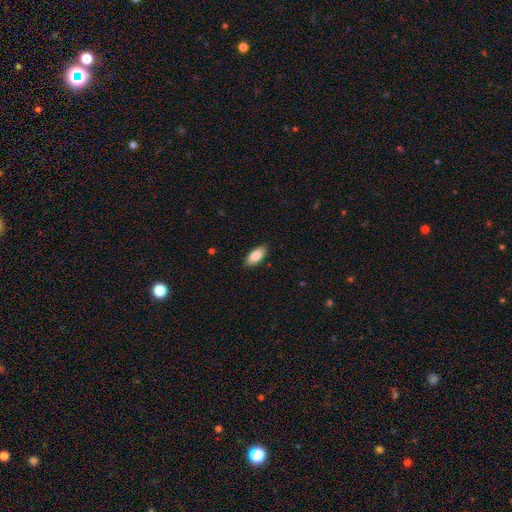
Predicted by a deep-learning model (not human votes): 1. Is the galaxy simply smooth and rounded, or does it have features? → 84% smooth, 10% featured or disk, 6% star or artifact.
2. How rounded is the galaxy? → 90% in between, 9% cigar-shaped, 2% round.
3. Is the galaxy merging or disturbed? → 89% none, 8% minor disturbance, 2% major disturbance, 1% merger.